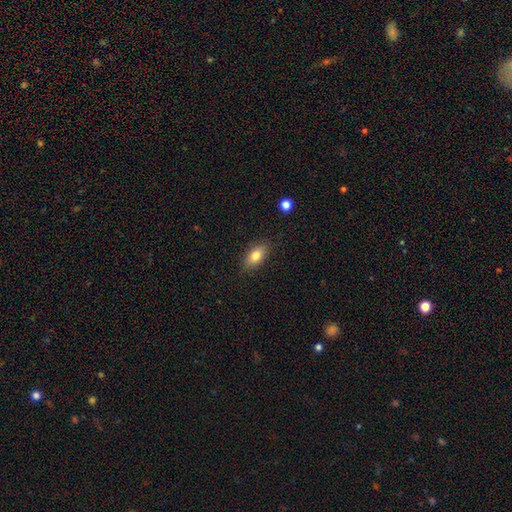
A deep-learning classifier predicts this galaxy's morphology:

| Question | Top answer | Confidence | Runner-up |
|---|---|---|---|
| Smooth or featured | smooth | 79% | featured or disk (12%) |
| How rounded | in between | 86% | round (7%) |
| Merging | none | 84% | minor disturbance (12%) |